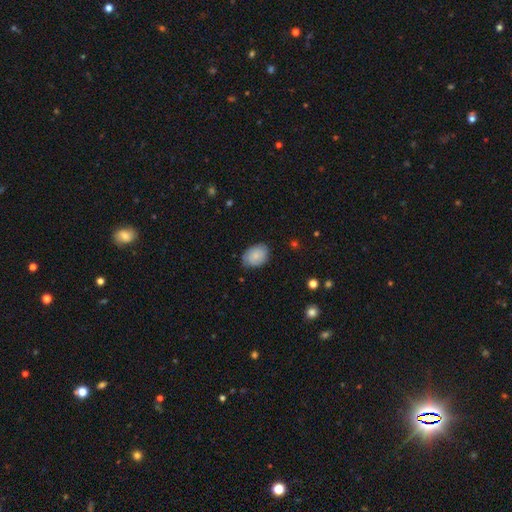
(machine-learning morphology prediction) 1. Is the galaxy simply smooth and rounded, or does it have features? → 76% smooth, 16% featured or disk, 7% star or artifact.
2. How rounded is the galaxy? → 74% in between, 25% round, 1% cigar-shaped.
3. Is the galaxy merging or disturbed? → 74% none, 21% minor disturbance, 4% major disturbance, 1% merger.